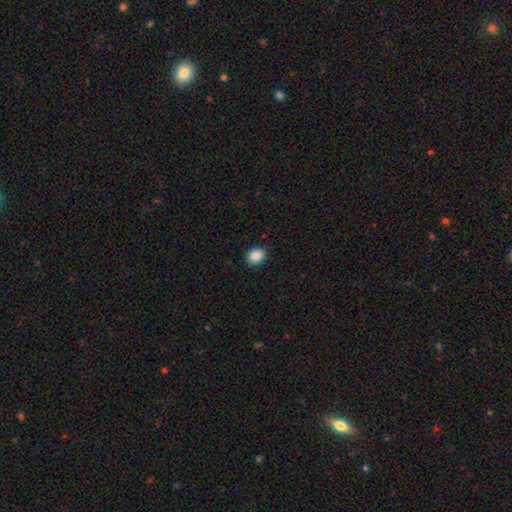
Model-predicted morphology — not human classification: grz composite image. It shows a smooth galaxy with no disk features (88%) that is round (53%). Merging: none (89%).